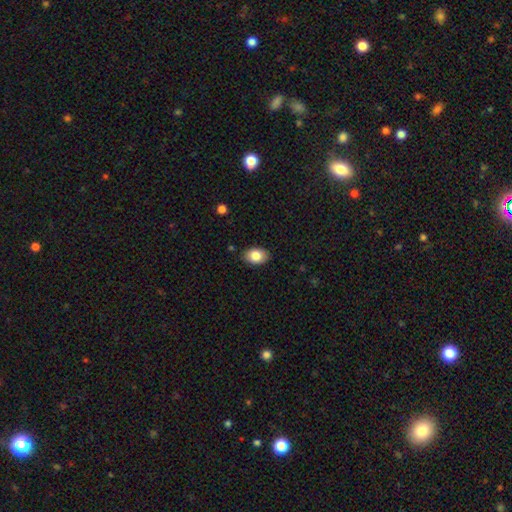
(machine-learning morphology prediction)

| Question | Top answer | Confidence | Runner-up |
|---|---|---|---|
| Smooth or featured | smooth | 84% | featured or disk (8%) |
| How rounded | in between | 80% | round (19%) |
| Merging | none | 86% | minor disturbance (11%) |